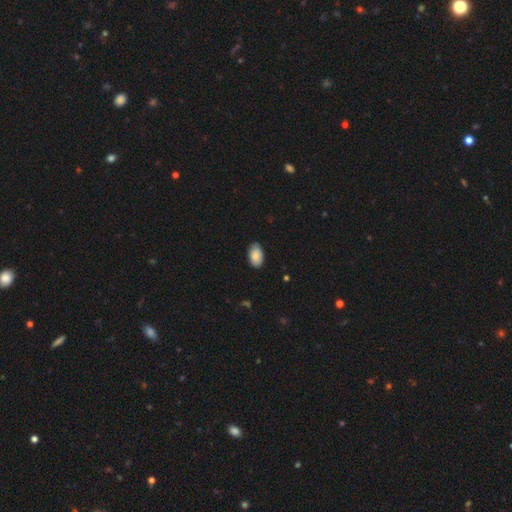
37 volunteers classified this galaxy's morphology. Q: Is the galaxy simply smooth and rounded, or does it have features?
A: smooth — 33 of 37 (89%).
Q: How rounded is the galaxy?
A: in between — 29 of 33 (88%).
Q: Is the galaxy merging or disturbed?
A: none — 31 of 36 (86%).